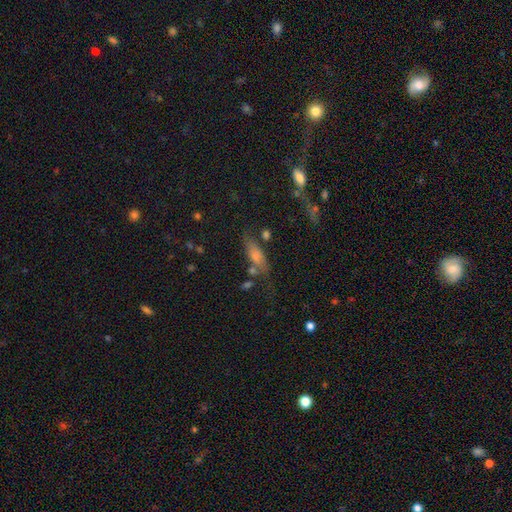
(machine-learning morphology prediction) This appears to be a smooth galaxy with no disk features (53%) that is in between round and cigar-shaped (62%). Merging: none (53%).